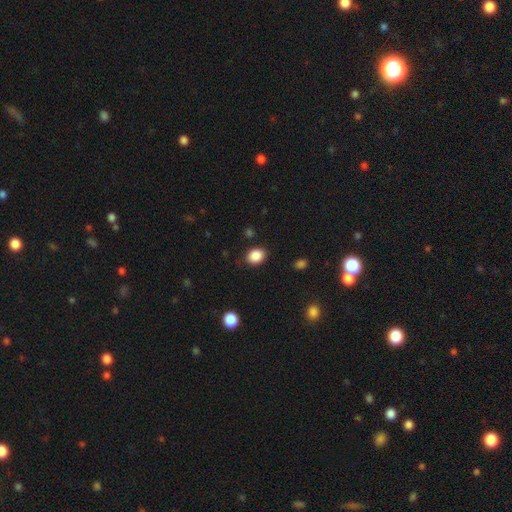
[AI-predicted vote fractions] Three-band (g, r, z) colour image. It shows a smooth galaxy with no disk features (88%) that is in between round and cigar-shaped (50%, tied with round). Merging: none (86%).